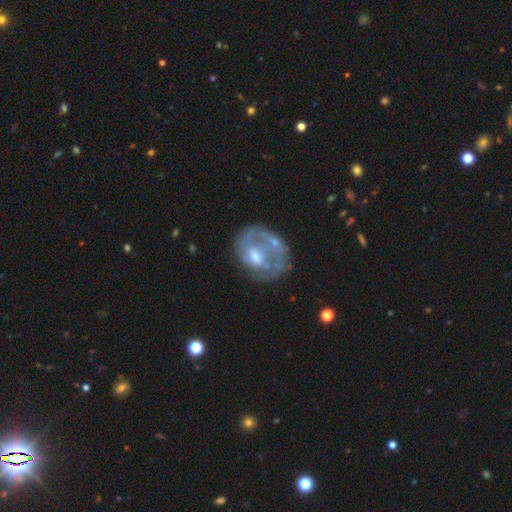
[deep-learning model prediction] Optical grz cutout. It shows a featured or disk galaxy (64%) with no bar (69%), no spiral arms (65%) and a moderate central bulge (55%). Merging: none (42%).